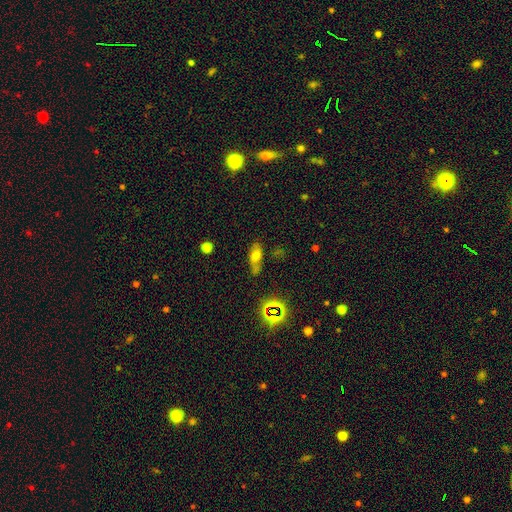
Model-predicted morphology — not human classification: Q: Smooth or featured?
A: smooth (58%); runner-up: featured or disk (26%)
Q: How rounded?
A: in between (69%); runner-up: cigar-shaped (24%)
Q: Merging?
A: none (65%); runner-up: minor disturbance (21%)